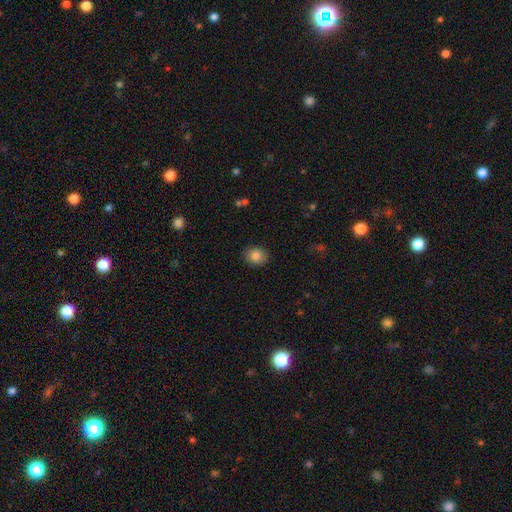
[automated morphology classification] smooth-or-featured: smooth: 84% | star or artifact: 9% | featured or disk: 7%
  how-rounded: round: 67% | in between: 32% | cigar-shaped: 1%
  merging: none: 89% | minor disturbance: 8% | major disturbance: 2% | merger: 1%